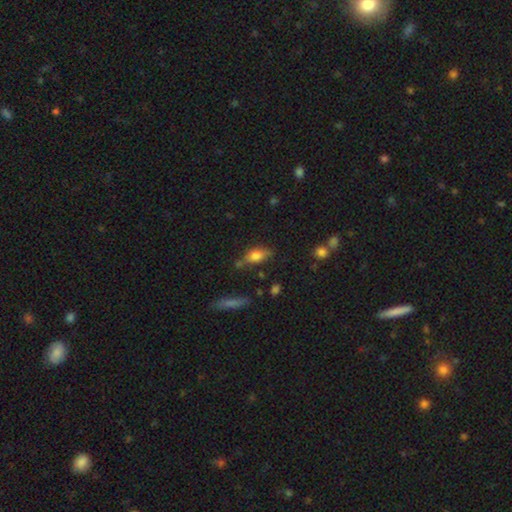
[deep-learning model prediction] Morphology: type=smooth (72%); roundness=in between (76%); merging=none (60%).